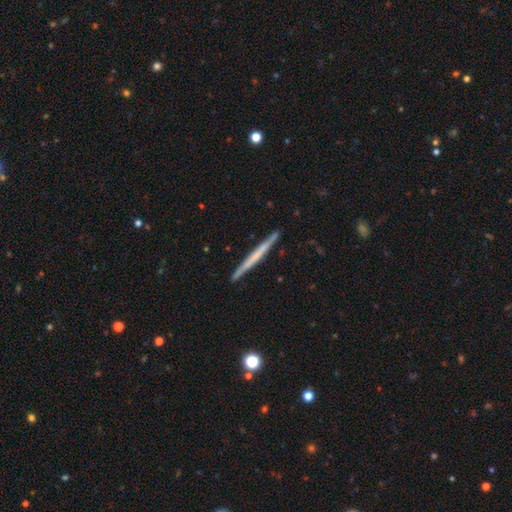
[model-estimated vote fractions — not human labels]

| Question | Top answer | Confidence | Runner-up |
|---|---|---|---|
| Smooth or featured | featured or disk | 52% | smooth (43%) |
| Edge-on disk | yes | 97% | no (3%) |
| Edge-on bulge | none | 84% | rounded (10%) |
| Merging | none | 91% | minor disturbance (7%) |